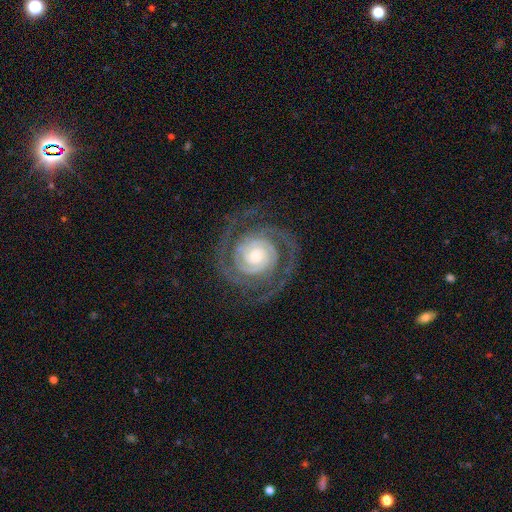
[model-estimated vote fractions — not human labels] Smooth or featured: featured or disk — 93% (star or artifact — 4%)
Edge-on disk: no — 98% (yes — 2%)
Bar: no — 71% (weak — 19%)
Spiral arms: yes — 99% (no — 1%)
Spiral winding: tight — 79% (medium — 18%)
Spiral arm count: 2 — 80% (3 — 8%)
Bulge size: small — 50% (moderate — 42%)
Merging: none — 81% (minor disturbance — 12%)